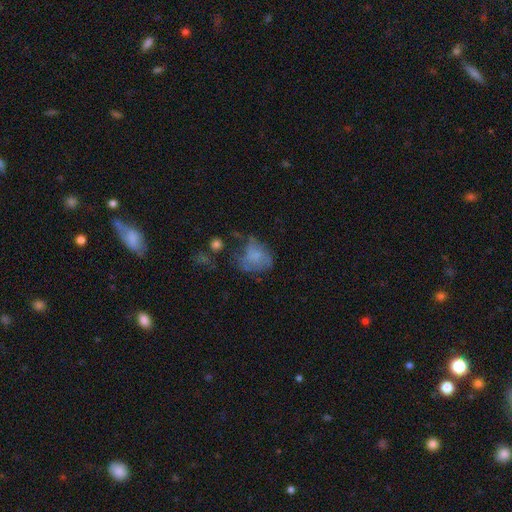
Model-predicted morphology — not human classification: smooth-or-featured: smooth: 58% | featured or disk: 30% | star or artifact: 12%
  how-rounded: in between: 55% | round: 44% | cigar-shaped: 1%
  merging: major disturbance: 35% | none: 32% | minor disturbance: 27% | merger: 6%